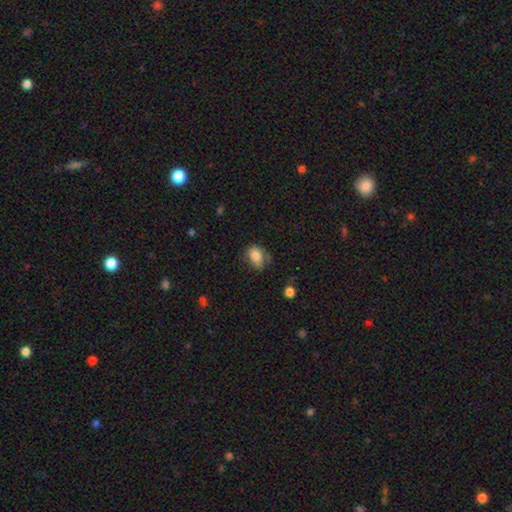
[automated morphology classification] Smooth or featured: smooth — 81% (featured or disk — 10%)
How rounded: in between — 77% (round — 22%)
Merging: none — 58% (minor disturbance — 30%)